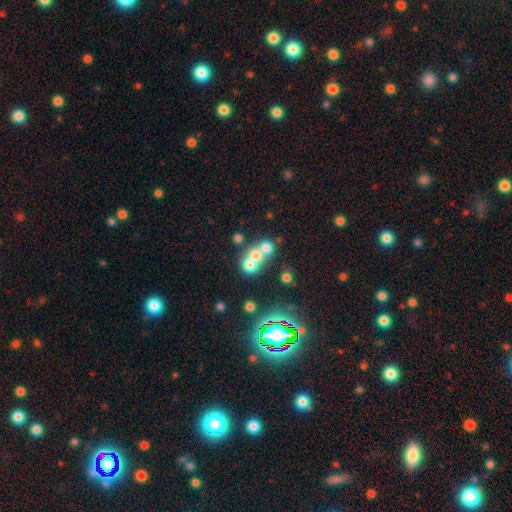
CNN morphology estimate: Smooth or featured? Predicted: smooth (p=0.58). How rounded? Predicted: round (p=0.77). Merging? Predicted: merger (p=0.59).